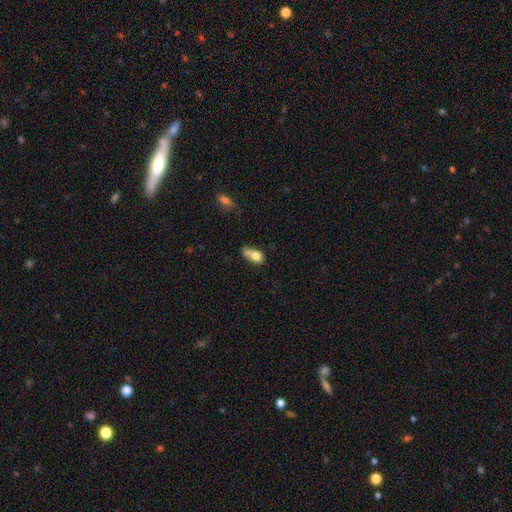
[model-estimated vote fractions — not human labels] Smooth or featured? Predicted: smooth (p=0.74). How rounded? Predicted: in between (p=0.64). Merging? Predicted: merger (p=0.41).